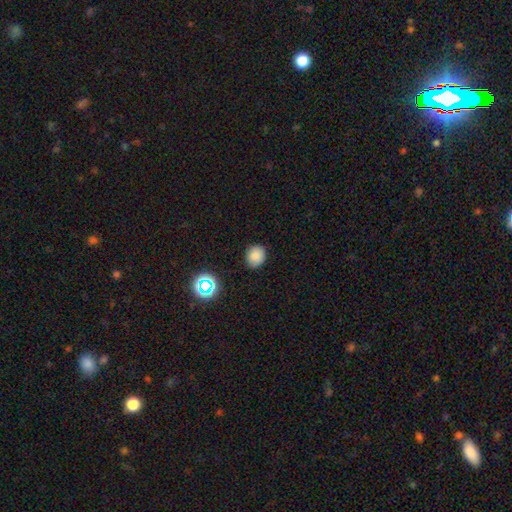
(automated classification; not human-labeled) smooth-or-featured: smooth: 82% | star or artifact: 13% | featured or disk: 4%
  how-rounded: round: 70% | in between: 29% | cigar-shaped: 1%
  merging: none: 87% | minor disturbance: 9% | major disturbance: 2% | merger: 1%